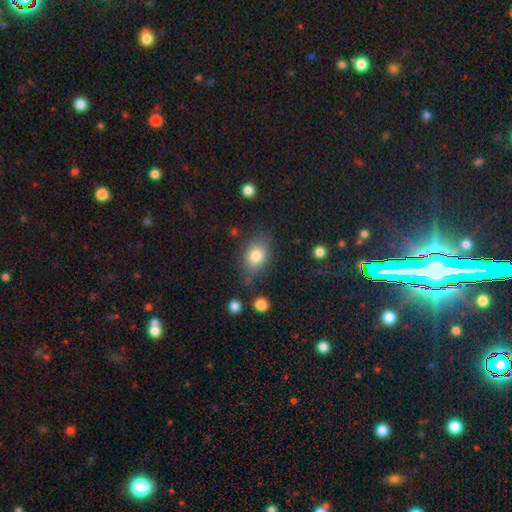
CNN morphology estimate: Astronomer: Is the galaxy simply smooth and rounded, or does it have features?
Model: smooth — 80%.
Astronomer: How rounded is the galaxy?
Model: in between — 79%.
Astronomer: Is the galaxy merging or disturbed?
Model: none — 73%.